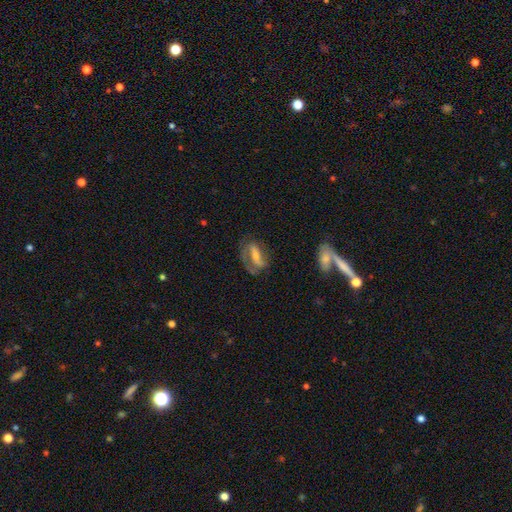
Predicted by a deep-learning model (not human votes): Smooth or featured? Predicted: featured or disk (p=0.67). Edge-on disk? Predicted: no (p=0.91). Bar? Predicted: strong (p=0.43). Spiral arms? Predicted: yes (p=0.78). Bulge size? Predicted: small (p=0.41). Merging? Predicted: none (p=0.61).